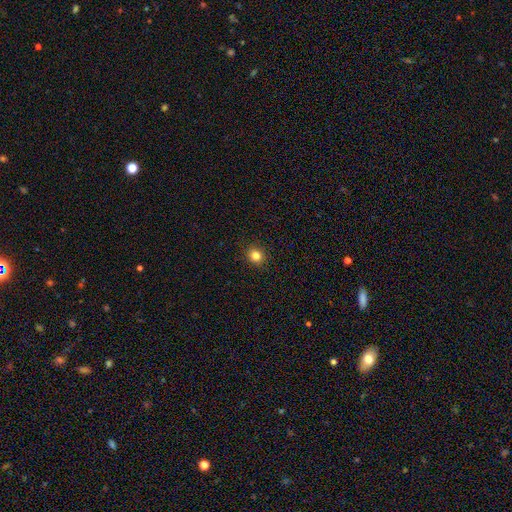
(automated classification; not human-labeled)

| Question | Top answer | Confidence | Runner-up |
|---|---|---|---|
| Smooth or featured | smooth | 83% | star or artifact (12%) |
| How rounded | round | 84% | in between (16%) |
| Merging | none | 92% | minor disturbance (5%) |